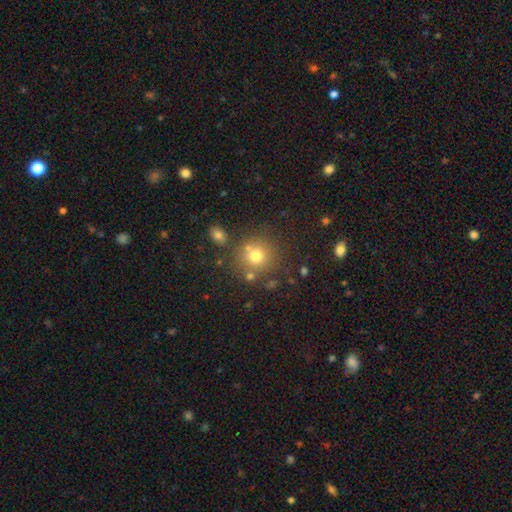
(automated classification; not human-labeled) Smooth or featured? smooth (73%)
How rounded? round (90%)
Merging? none (73%)